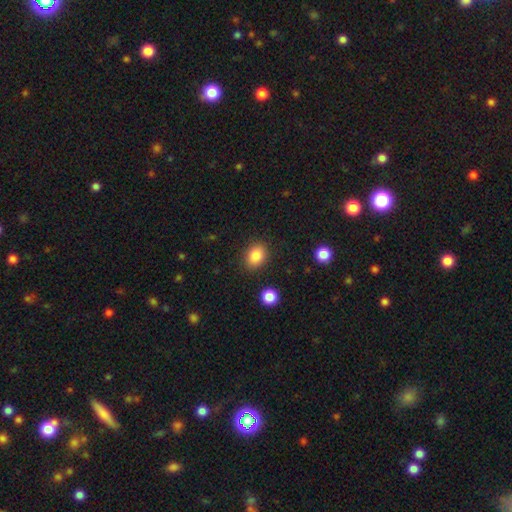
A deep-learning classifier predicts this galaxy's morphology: smooth 86%, star or artifact 9%, featured or disk 5%. Down the decision tree: how rounded — in between (63%); merging — none (86%).